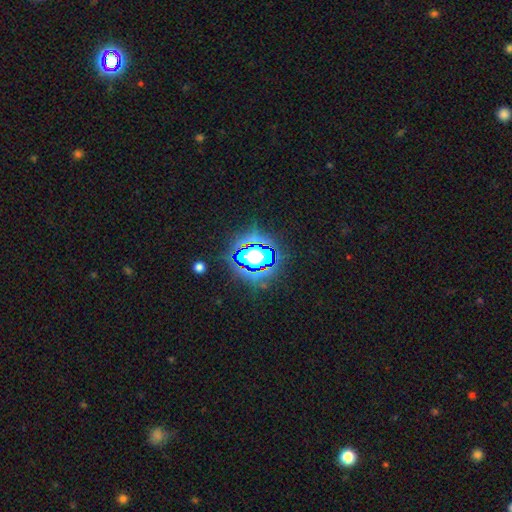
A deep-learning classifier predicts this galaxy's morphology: smooth-or-featured: star or artifact: 69% | smooth: 19% | featured or disk: 12%